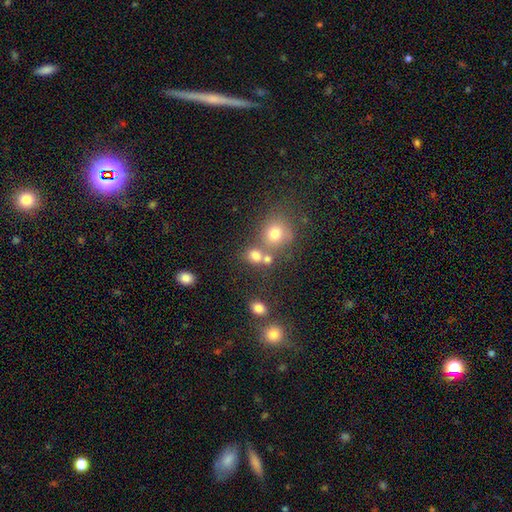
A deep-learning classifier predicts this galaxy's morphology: smooth-or-featured: smooth: 73% | star or artifact: 17% | featured or disk: 10%
  how-rounded: round: 66% | in between: 33% | cigar-shaped: 1%
  merging: none: 50% | merger: 33% | minor disturbance: 11% | major disturbance: 6%